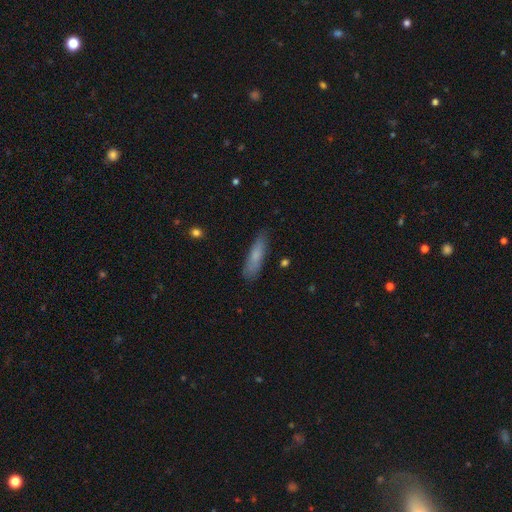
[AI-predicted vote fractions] The model was most divided on "how rounded": cigar-shaped: 71%, in between: 27%, round: 2%. More confident: merging — none (80%); smooth or featured — smooth (75%).